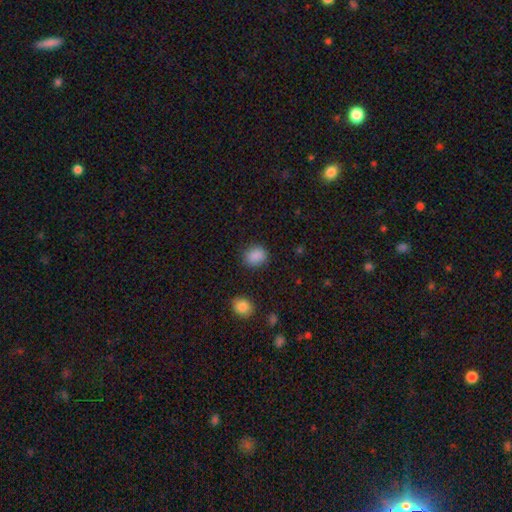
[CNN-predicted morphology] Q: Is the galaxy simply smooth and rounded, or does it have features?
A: smooth — 87%.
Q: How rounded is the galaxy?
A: round — 62%.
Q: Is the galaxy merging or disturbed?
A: none — 85%.